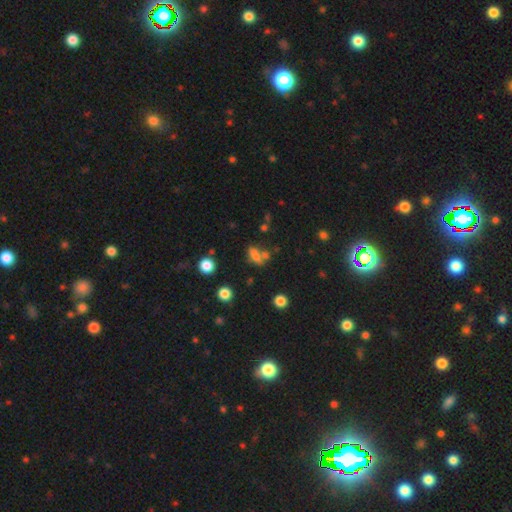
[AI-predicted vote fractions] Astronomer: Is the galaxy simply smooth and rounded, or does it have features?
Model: smooth — 67%.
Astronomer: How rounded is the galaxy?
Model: in between — 69%.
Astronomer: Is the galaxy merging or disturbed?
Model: none — 45% (runner-up: merger, 32%).